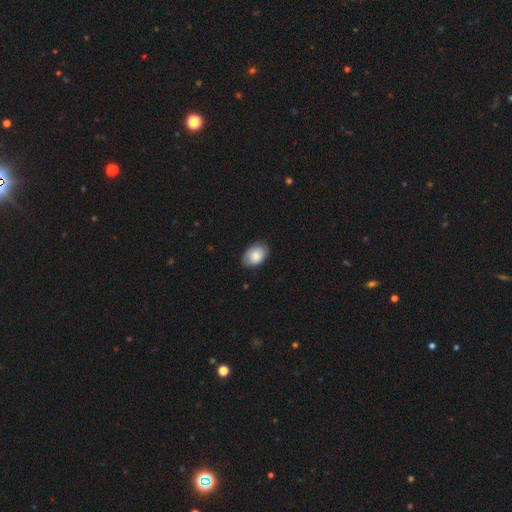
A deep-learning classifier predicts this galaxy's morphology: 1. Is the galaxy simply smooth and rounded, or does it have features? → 86% smooth, 8% featured or disk, 6% star or artifact.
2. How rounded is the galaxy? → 84% in between, 15% round, 1% cigar-shaped.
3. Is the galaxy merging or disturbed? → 82% none, 14% minor disturbance, 2% major disturbance, 1% merger.